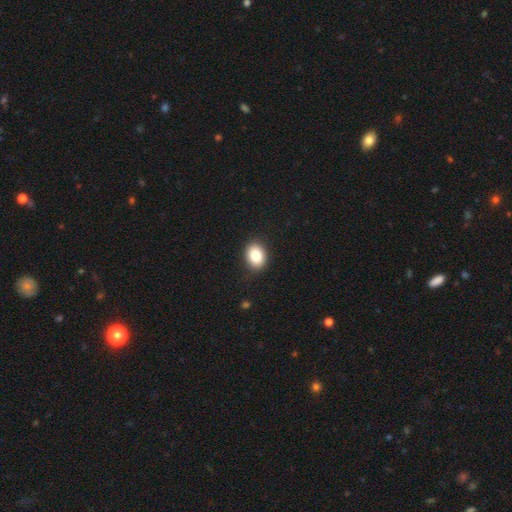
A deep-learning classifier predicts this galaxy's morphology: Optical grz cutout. It shows a smooth galaxy with no disk features (85%) that is in between round and cigar-shaped (63%). Merging: none (88%).